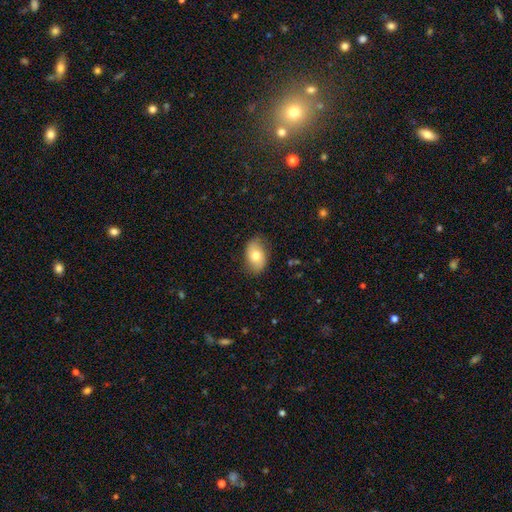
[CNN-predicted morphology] Smooth or featured: smooth — 73% (featured or disk — 20%)
How rounded: in between — 88% (round — 10%)
Merging: none — 80% (minor disturbance — 16%)